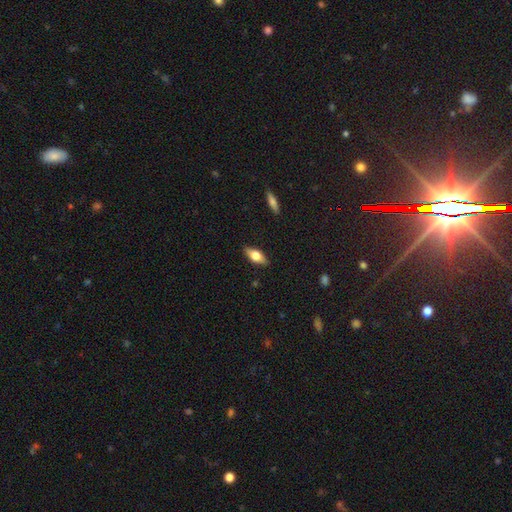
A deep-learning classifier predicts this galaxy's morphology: smooth 59%, featured or disk 34%, star or artifact 7%. Down the decision tree: how rounded — in between (80%); merging — none (87%).